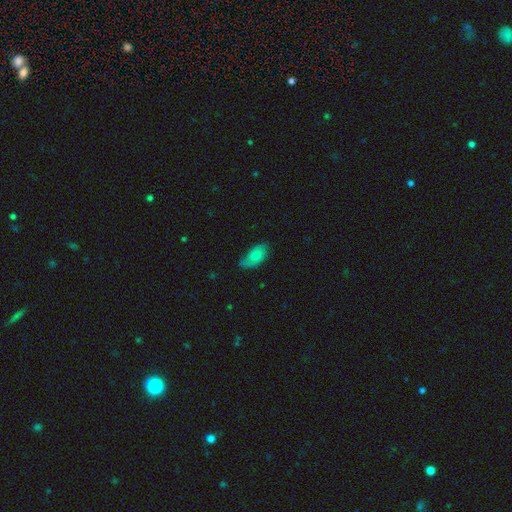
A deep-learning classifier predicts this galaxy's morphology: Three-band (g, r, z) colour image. It shows a smooth galaxy with no disk features (65%) that is in between round and cigar-shaped (92%). Merging: none (59%).